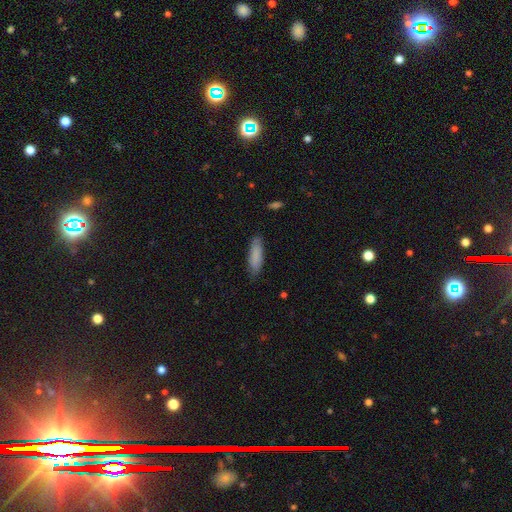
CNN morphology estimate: The model was most divided on "how rounded": cigar-shaped: 51%, in between: 47%, round: 1%. More confident: smooth or featured — smooth (83%); merging — none (80%).